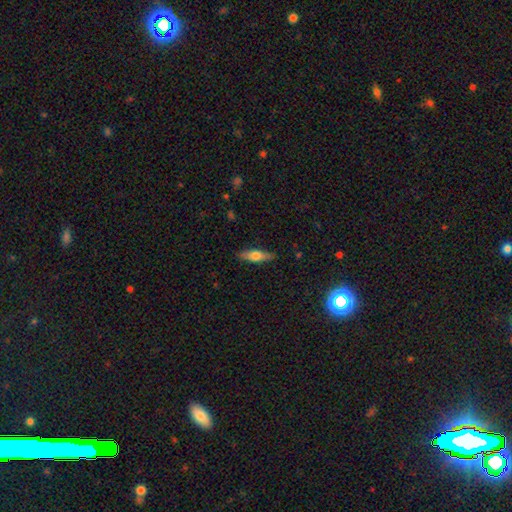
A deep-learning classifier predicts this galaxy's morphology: Overall: smooth (56%; featured or disk 37%). How rounded: cigar-shaped (57%; in between 40%). Merging: none (87%).